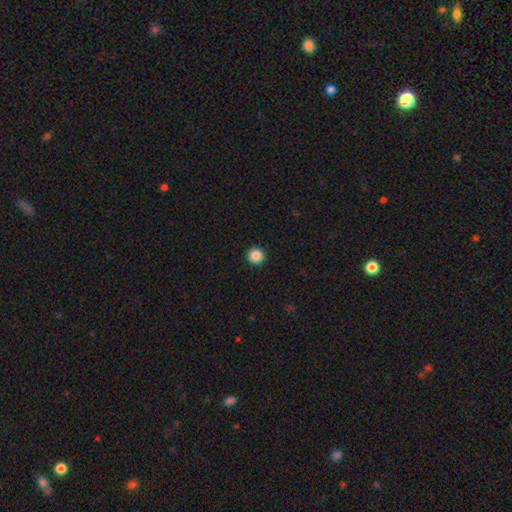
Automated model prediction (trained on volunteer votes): smooth 87%, star or artifact 10%, featured or disk 3%. Down the decision tree: how rounded — round (96%); merging — none (94%).